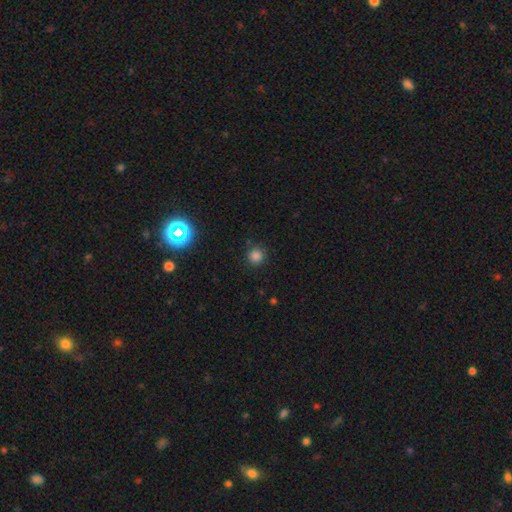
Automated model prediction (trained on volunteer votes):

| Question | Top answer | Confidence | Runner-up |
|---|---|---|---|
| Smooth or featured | smooth | 80% | star or artifact (16%) |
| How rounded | round | 93% | in between (6%) |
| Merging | none | 86% | minor disturbance (9%) |